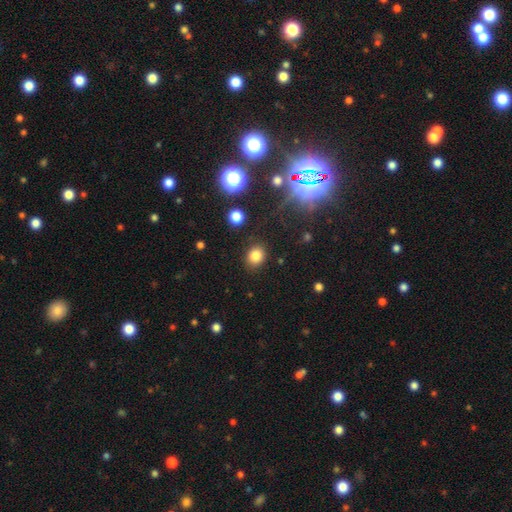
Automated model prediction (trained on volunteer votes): A smooth galaxy with no disk features (80%) that is round (65%). Merging: none (86%).